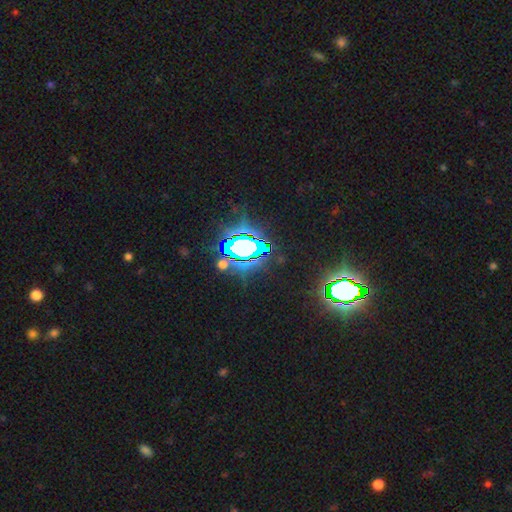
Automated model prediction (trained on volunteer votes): Smooth or featured?
  - star or artifact: 77% *
  - smooth: 12%
  - featured or disk: 11%